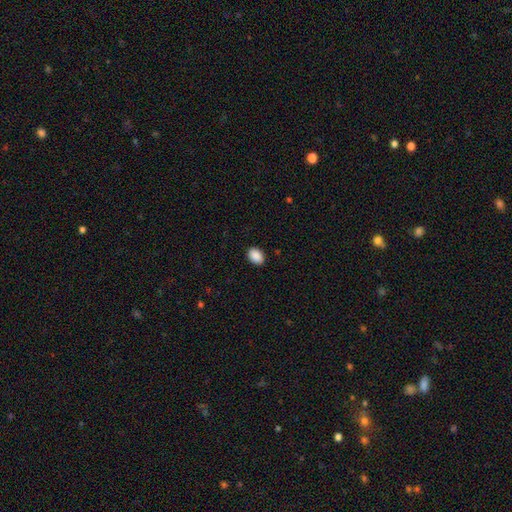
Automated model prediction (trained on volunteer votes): The model was most divided on "how rounded": in between: 78%, round: 21%, cigar-shaped: 1%. More confident: smooth or featured — smooth (90%); merging — none (90%).